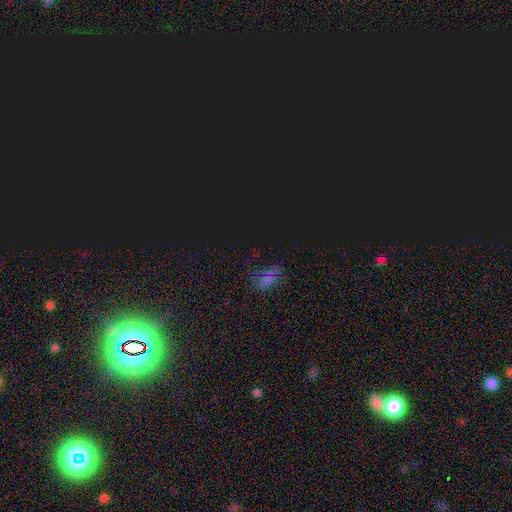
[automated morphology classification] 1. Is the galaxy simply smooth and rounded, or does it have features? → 69% star or artifact, 23% smooth, 9% featured or disk.